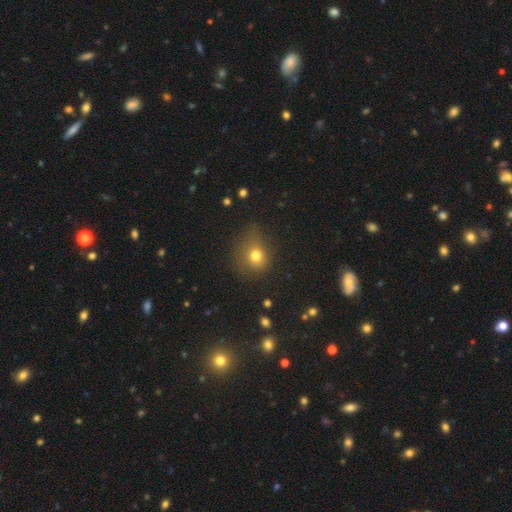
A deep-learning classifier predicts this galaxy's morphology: Smooth or featured? smooth (75%)
How rounded? round (70%)
Merging? none (60%)